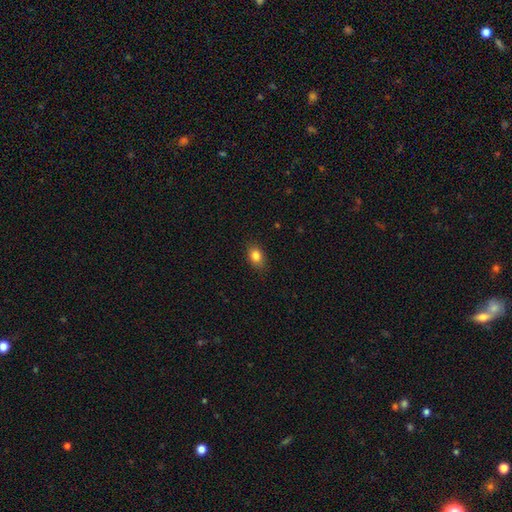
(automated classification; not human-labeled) A smooth galaxy with no disk features (84%) that is in between round and cigar-shaped (73%). Merging: none (86%).